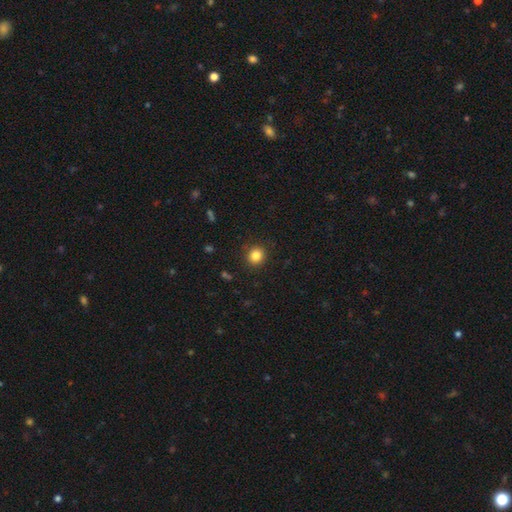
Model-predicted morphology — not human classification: A smooth galaxy with no disk features (84%) that is round (87%).

Vote fractions:
- Smooth or featured? smooth: 84% / star or artifact: 11% / featured or disk: 5%
- How rounded? round: 87% / in between: 12% / cigar-shaped: 1%
- Merging? none: 90% / minor disturbance: 7% / major disturbance: 2% / merger: 1%